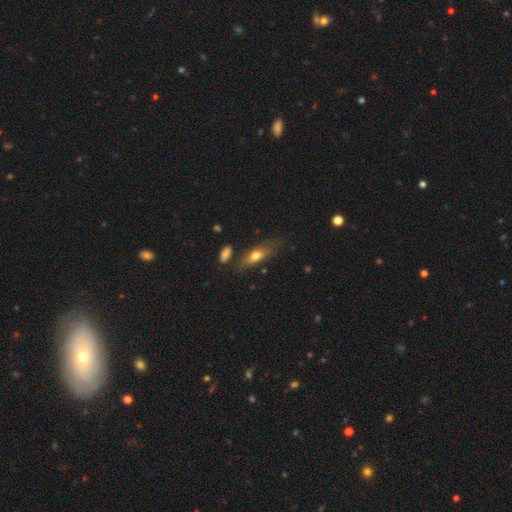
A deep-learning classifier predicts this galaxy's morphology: A smooth galaxy with no disk features (61%) that is in between round and cigar-shaped (51%).

Vote fractions:
- Smooth or featured? smooth: 61% / featured or disk: 31% / star or artifact: 8%
- How rounded? in between: 51% / cigar-shaped: 45% / round: 4%
- Merging? none: 66% / minor disturbance: 22% / major disturbance: 7% / merger: 5%